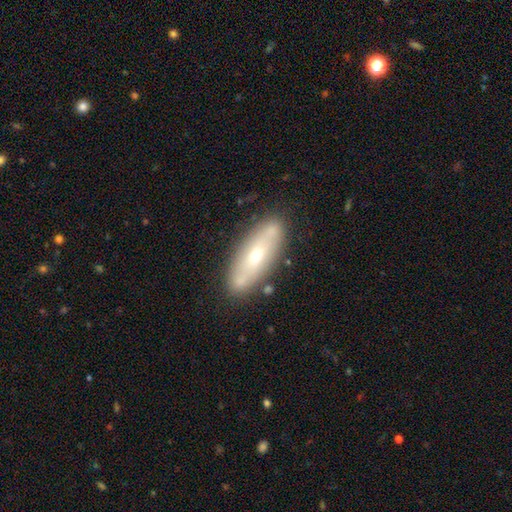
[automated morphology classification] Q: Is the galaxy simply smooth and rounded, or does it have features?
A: featured or disk — 49%.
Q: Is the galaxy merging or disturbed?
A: none — 81%.